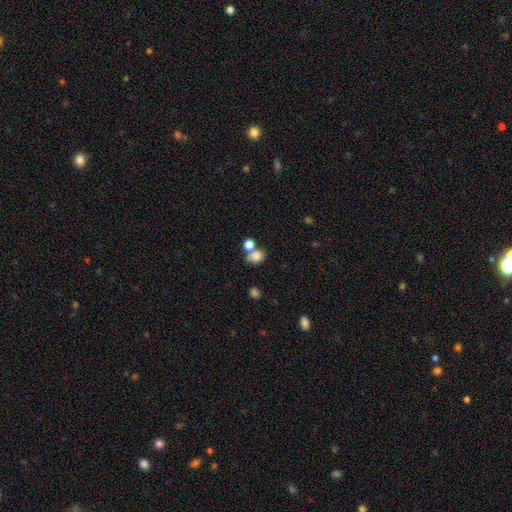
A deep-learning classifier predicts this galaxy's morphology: The model was most divided on "how rounded": in between: 50%, round: 48%, cigar-shaped: 1%. Remaining: smooth or featured — smooth (79%); merging — none (43%).